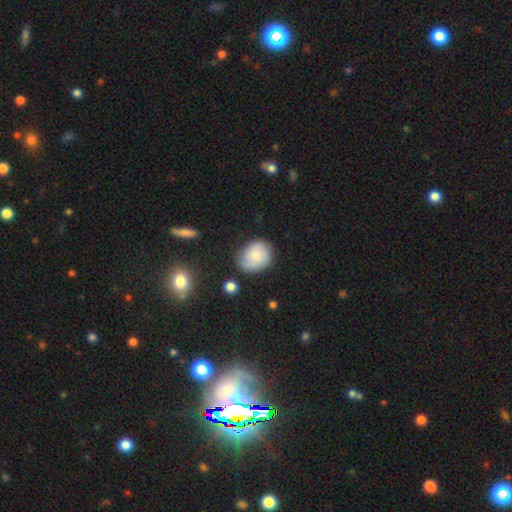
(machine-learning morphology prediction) This is possibly a smooth galaxy (58%). How rounded: likely round (63%). Merging: likely none (65%).